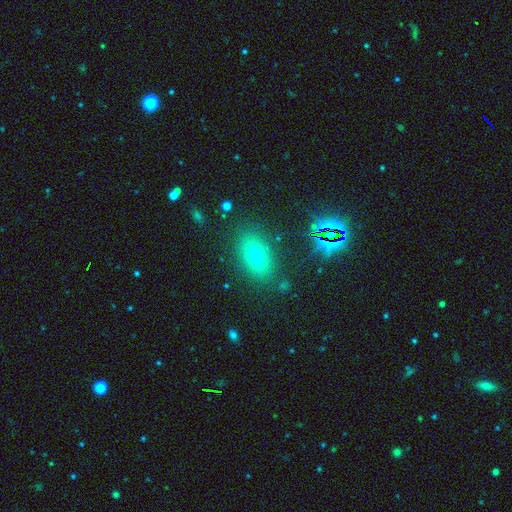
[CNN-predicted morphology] Q: Smooth or featured?
A: smooth (63%); runner-up: star or artifact (23%)
Q: How rounded?
A: in between (84%); runner-up: round (9%)
Q: Merging?
A: none (83%); runner-up: minor disturbance (10%)